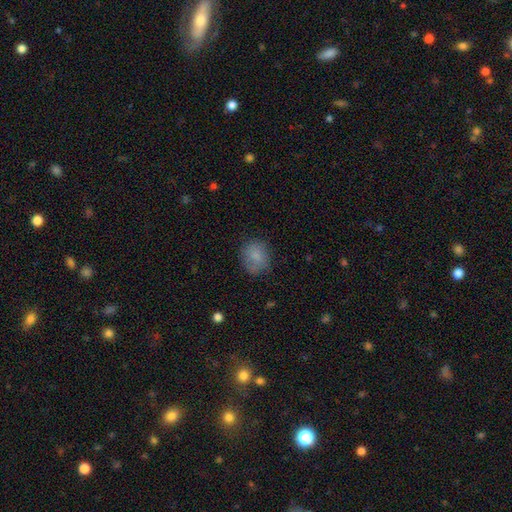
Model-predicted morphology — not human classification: smooth_or_featured: smooth (p=0.82) [alt: featured or disk p=0.09]
how_rounded: round (p=0.64) [alt: in between p=0.35]
merging: none (p=0.72) [alt: minor disturbance p=0.20]